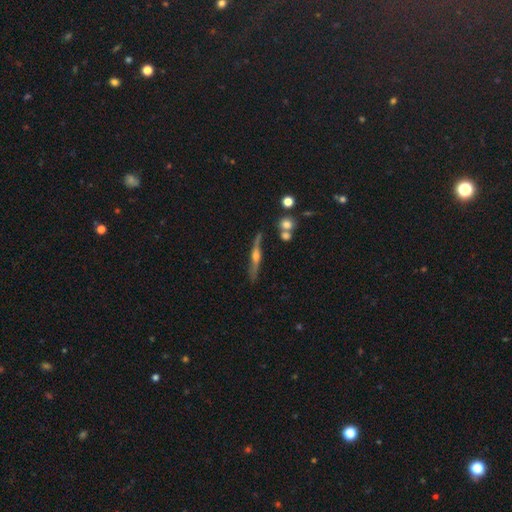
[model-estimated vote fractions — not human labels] Smooth or featured? featured or disk (74%)
Edge-on disk? yes (95%)
Edge-on bulge? rounded (90%)
Merging? none (78%)